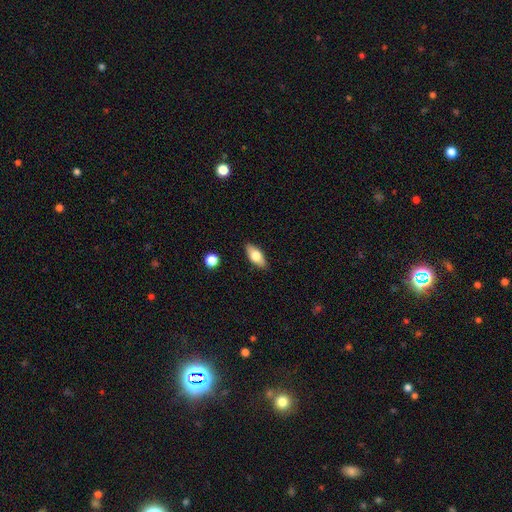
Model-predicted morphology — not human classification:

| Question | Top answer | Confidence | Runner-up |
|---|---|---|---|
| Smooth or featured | smooth | 71% | featured or disk (22%) |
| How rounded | in between | 84% | cigar-shaped (12%) |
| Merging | none | 87% | minor disturbance (9%) |